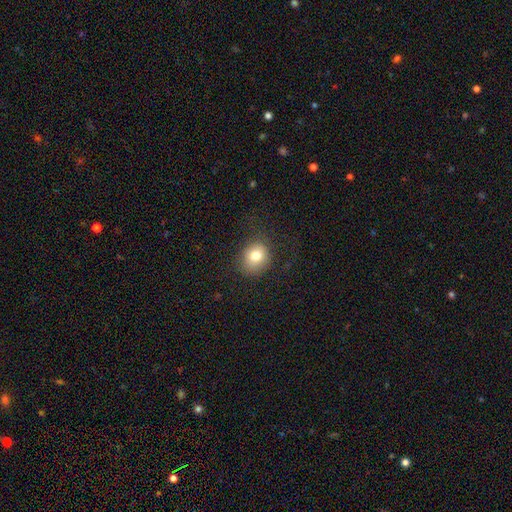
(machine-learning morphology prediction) Smooth or featured?
  - smooth: 78% *
  - star or artifact: 11%
  - featured or disk: 10%
How rounded?
  - round: 70% *
  - in between: 29%
  - cigar-shaped: 1%
Merging?
  - none: 75% *
  - minor disturbance: 16%
  - major disturbance: 8%
  - merger: 1%